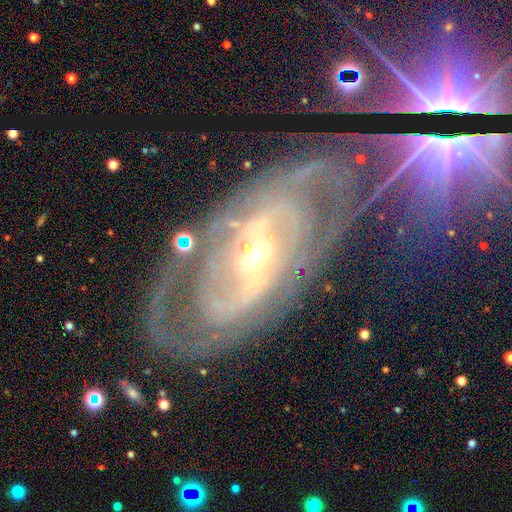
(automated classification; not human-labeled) A featured or disk galaxy (86%) with a weak bar (35%), 2 (54%) tight (47%) spiral arms (84%) and a small central bulge (50%).

Vote fractions:
- Smooth or featured? featured or disk: 86% / smooth: 8% / star or artifact: 6%
- Edge-on disk? no: 93% / yes: 7%
- Bar? weak: 35% / no: 34% / strong: 31%
- Spiral arms? yes: 84% / no: 16%
- Spiral winding? tight: 47% / medium: 37% / loose: 17%
- Spiral arm count? 2: 54% / can't tell: 24% / 3: 7% / 1: 6% / 4: 4% / more than 4: 4%
- Bulge size? small: 50% / moderate: 42% / large: 4% / none: 2% / dominant: 1%
- Merging? none: 59% / minor disturbance: 19% / major disturbance: 17% / merger: 5%